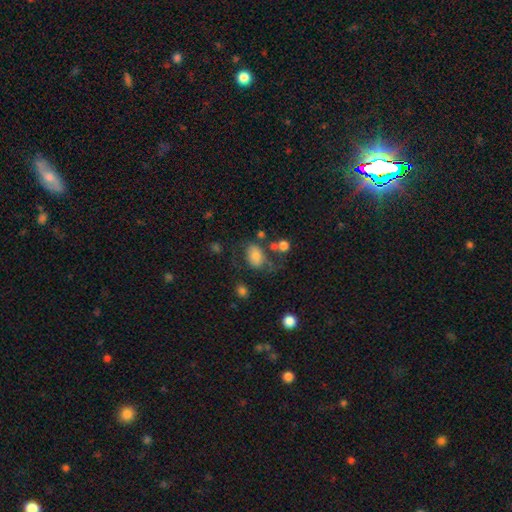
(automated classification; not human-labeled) A smooth galaxy with no disk features (74%) that is in between round and cigar-shaped (76%).

Vote fractions:
- Smooth or featured? smooth: 74% / featured or disk: 16% / star or artifact: 10%
- How rounded? in between: 76% / round: 22% / cigar-shaped: 1%
- Merging? none: 48% / minor disturbance: 22% / major disturbance: 19% / merger: 11%